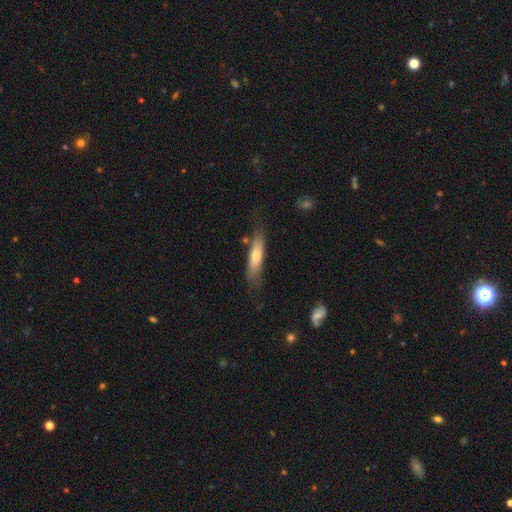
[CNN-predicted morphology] Q: Smooth or featured?
A: smooth (62%); runner-up: featured or disk (32%)
Q: How rounded?
A: cigar-shaped (72%); runner-up: in between (26%)
Q: Merging?
A: none (68%); runner-up: minor disturbance (22%)